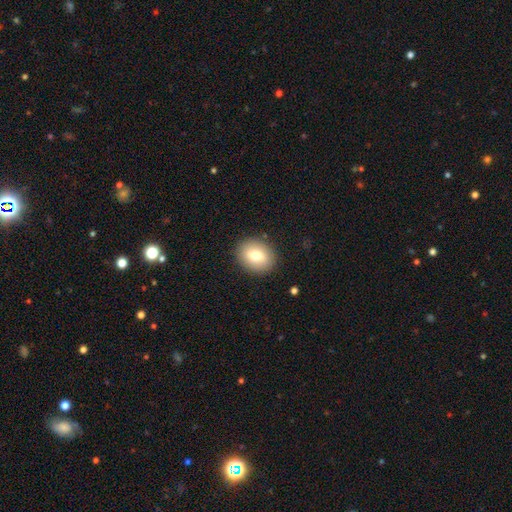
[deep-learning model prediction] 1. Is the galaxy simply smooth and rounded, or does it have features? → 75% smooth, 16% featured or disk, 9% star or artifact.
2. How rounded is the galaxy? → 52% round, 47% in between, 1% cigar-shaped.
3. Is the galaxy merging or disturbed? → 89% none, 8% minor disturbance, 2% major disturbance, 1% merger.